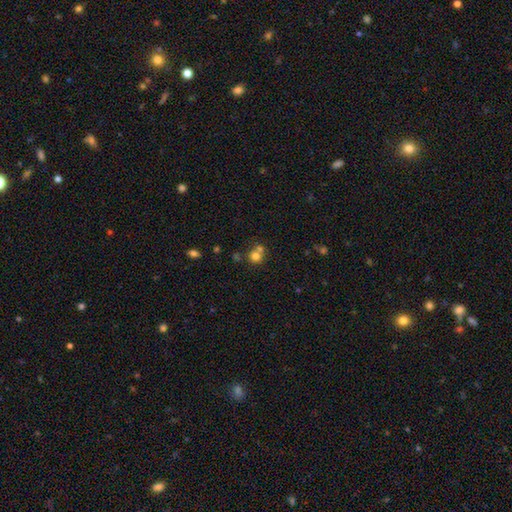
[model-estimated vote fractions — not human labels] A smooth galaxy with no disk features (75%) that is round (87%). Merging: none (48%).